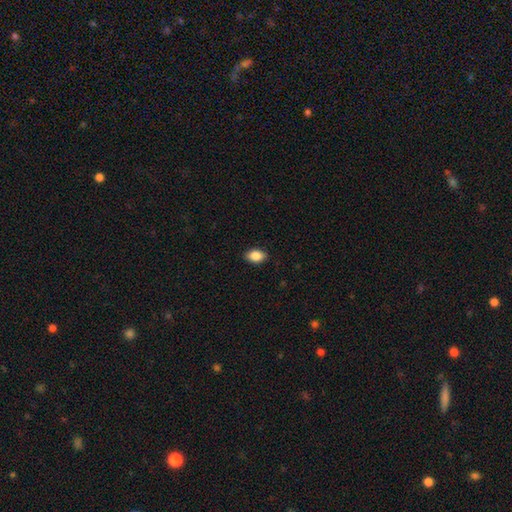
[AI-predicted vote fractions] smooth 87%, star or artifact 8%, featured or disk 5%. Down the decision tree: how rounded — in between (86%); merging — none (88%).